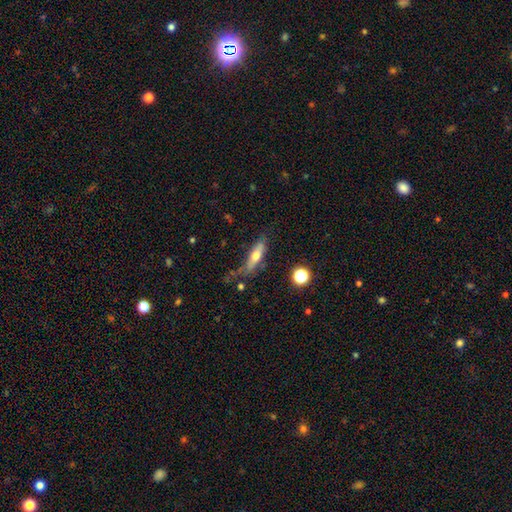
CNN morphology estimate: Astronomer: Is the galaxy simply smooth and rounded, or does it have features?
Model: smooth — 55% (runner-up: featured or disk, 38%).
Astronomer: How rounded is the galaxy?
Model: cigar-shaped — 62%.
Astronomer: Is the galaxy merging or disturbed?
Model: none — 59%.